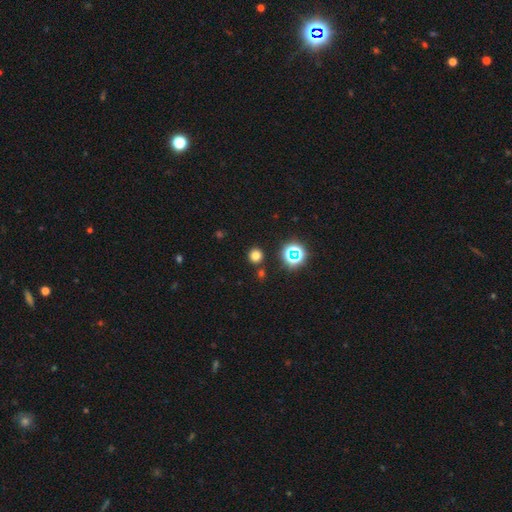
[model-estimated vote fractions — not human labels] Smooth or featured?
  - smooth: 73% *
  - star or artifact: 21%
  - featured or disk: 6%
How rounded?
  - round: 91% *
  - in between: 8%
  - cigar-shaped: 1%
Merging?
  - none: 86% *
  - minor disturbance: 6%
  - merger: 5%
  - major disturbance: 2%